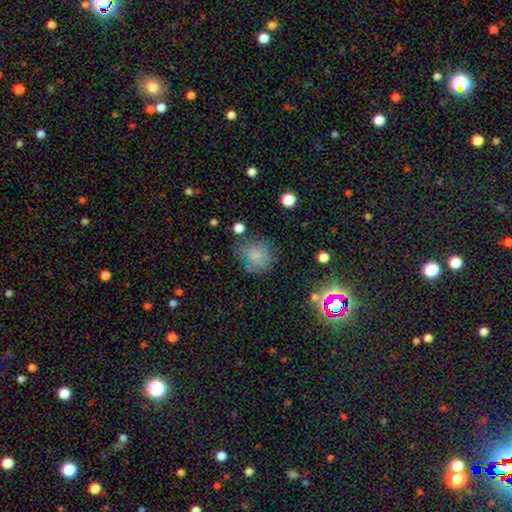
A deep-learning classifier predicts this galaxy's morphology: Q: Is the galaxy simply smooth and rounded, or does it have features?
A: smooth — 72%.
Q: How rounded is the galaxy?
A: round — 71%.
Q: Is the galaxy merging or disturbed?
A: none — 57%.